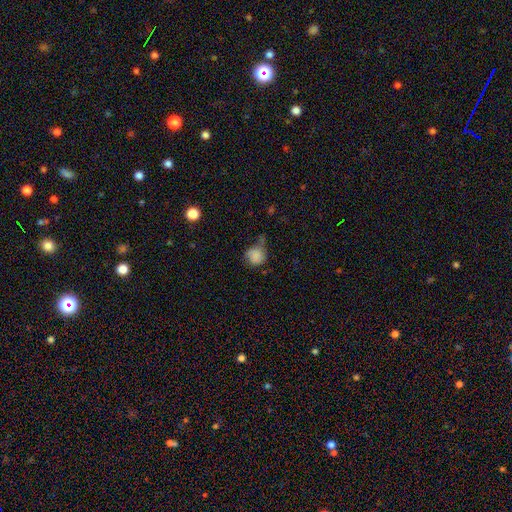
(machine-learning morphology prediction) smooth_or_featured: smooth (p=0.82) [alt: star or artifact p=0.10]
how_rounded: round (p=0.81) [alt: in between p=0.18]
merging: none (p=0.44) [alt: minor disturbance p=0.33]